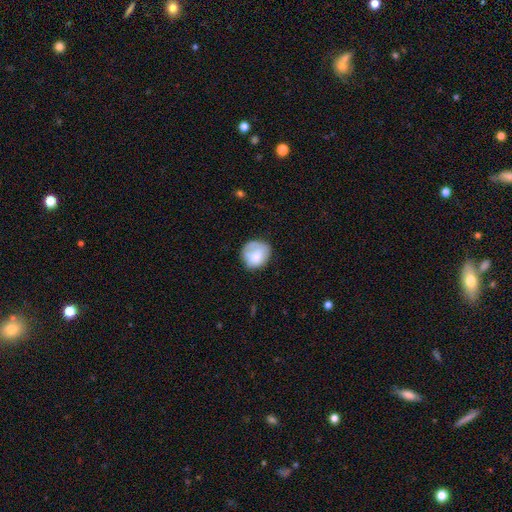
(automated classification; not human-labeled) Overall: smooth (73%). How rounded: round (76%). Merging: none (61%; minor disturbance 26%).